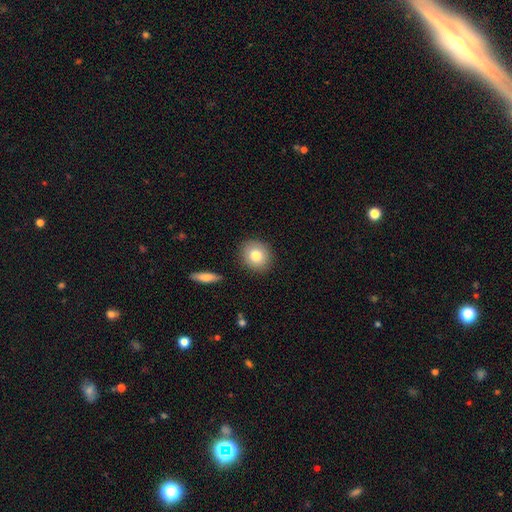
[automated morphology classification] Smooth or featured? Predicted: smooth (p=0.79). How rounded? Predicted: round (p=0.79). Merging? Predicted: none (p=0.88).